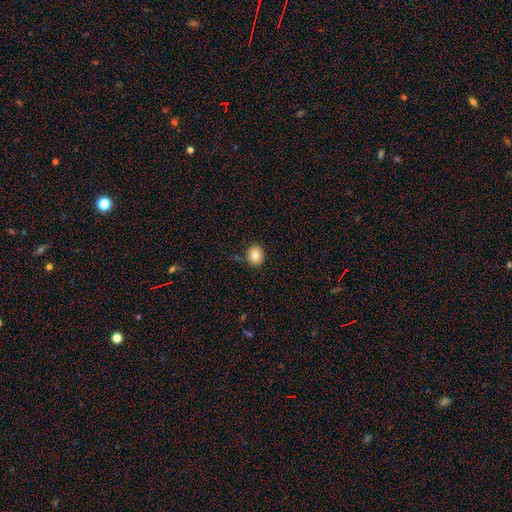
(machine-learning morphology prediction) Q: Smooth or featured?
A: smooth (82%); runner-up: star or artifact (10%)
Q: How rounded?
A: round (78%); runner-up: in between (21%)
Q: Merging?
A: none (85%); runner-up: minor disturbance (10%)